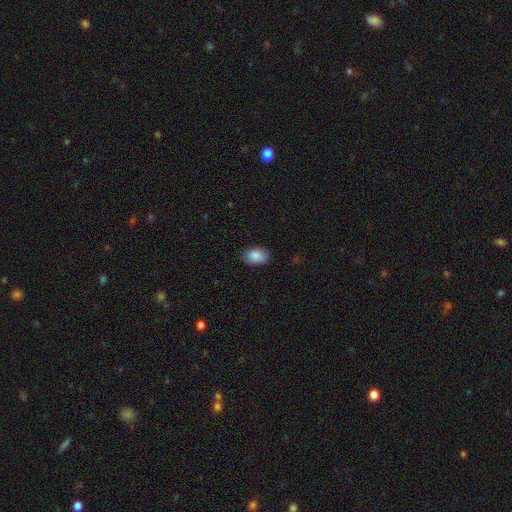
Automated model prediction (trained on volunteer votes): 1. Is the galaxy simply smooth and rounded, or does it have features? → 87% smooth, 7% star or artifact, 6% featured or disk.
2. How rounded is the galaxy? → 88% in between, 11% round, 1% cigar-shaped.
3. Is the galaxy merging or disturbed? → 87% none, 10% minor disturbance, 2% major disturbance, 1% merger.